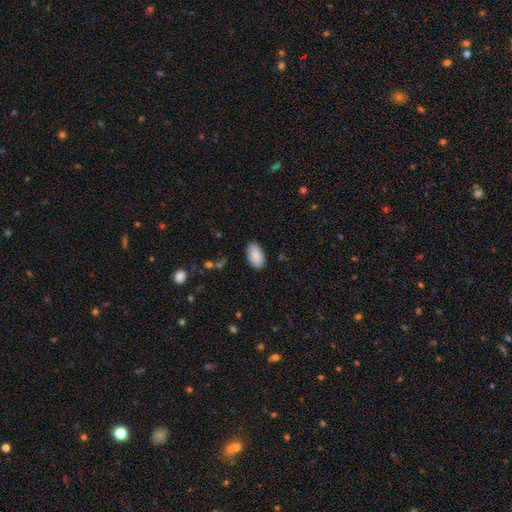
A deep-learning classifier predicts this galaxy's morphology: The model was most divided on "merging": none: 86%, minor disturbance: 10%, major disturbance: 2%, merger: 1%. More confident: how rounded — in between (94%); smooth or featured — smooth (89%).